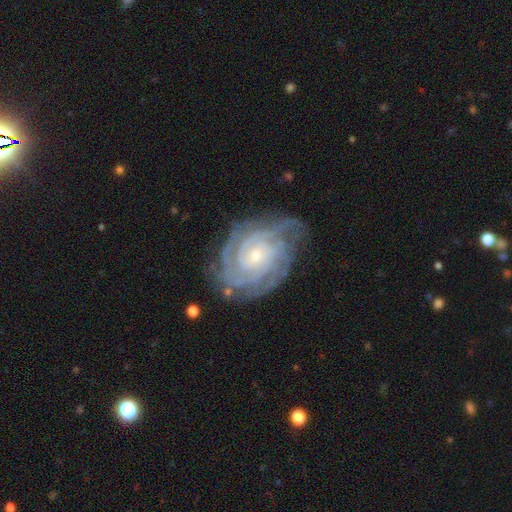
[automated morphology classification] This is clearly a featured or disk galaxy (90%). It is clearly not viewed edge-on (97%). Bar: likely no (68%). Spiral arm pattern: clearly yes (98%). Spiral arm count: marginally 4 (25%). Spiral winding: likely tight (79%). Central bulge: likely small (68%). Merging: likely none (73%).